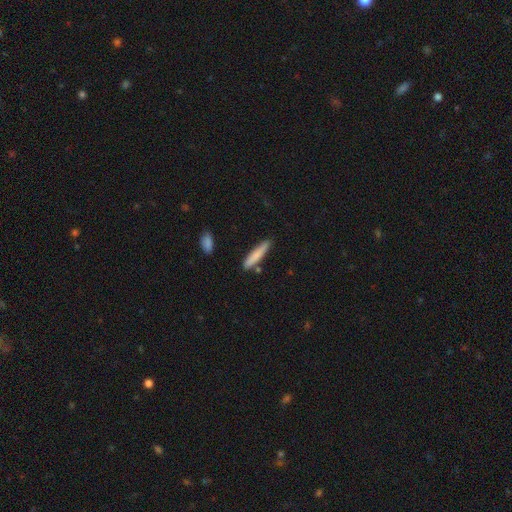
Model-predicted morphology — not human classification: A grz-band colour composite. It shows a smooth galaxy with no disk features (79%) that is cigar-shaped (89%). Merging: none (82%).